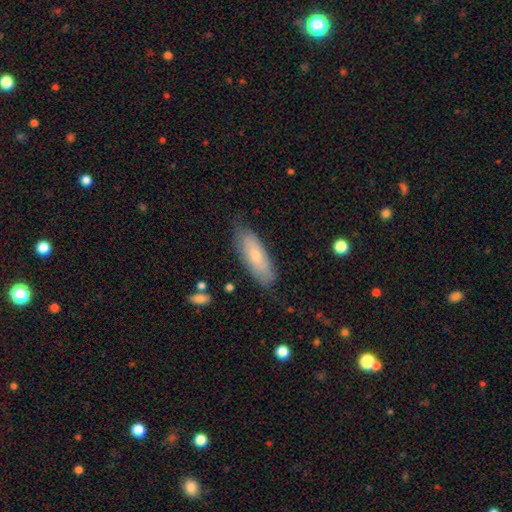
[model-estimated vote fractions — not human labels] Morphology: type=smooth (66%); roundness=in between (64%); merging=none (75%).